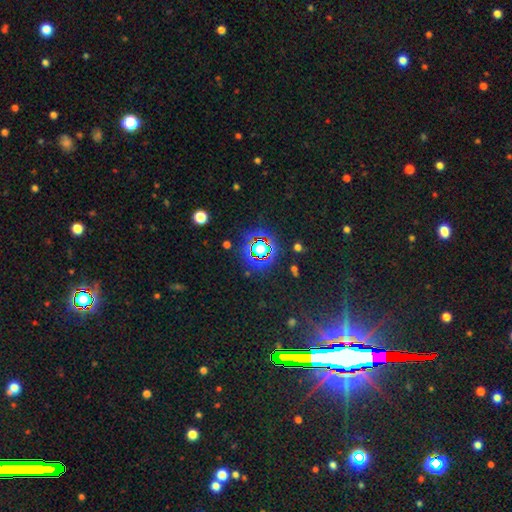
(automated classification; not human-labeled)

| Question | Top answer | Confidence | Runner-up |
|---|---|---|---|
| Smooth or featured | star or artifact | 80% | featured or disk (11%) |